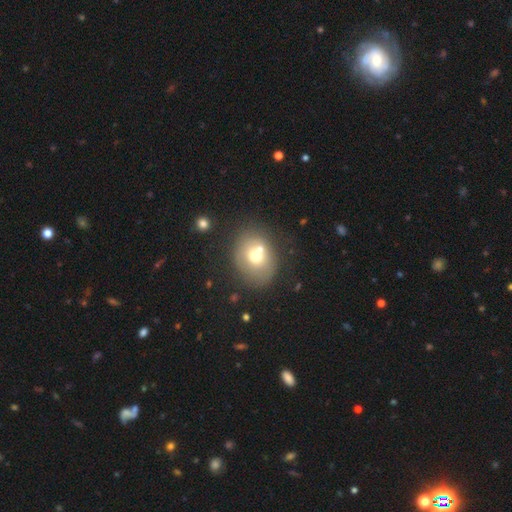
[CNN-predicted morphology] A smooth galaxy with no disk features (64%) that is round (59%).

Vote fractions:
- Smooth or featured? smooth: 64% / featured or disk: 24% / star or artifact: 11%
- How rounded? round: 59% / in between: 40% / cigar-shaped: 1%
- Merging? none: 54% / merger: 25% / minor disturbance: 15% / major disturbance: 6%